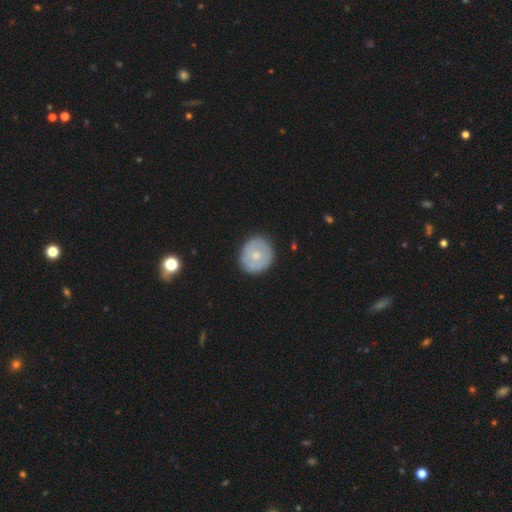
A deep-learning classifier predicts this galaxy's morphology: A smooth galaxy with no disk features (53%) that is round (86%).

Vote fractions:
- Smooth or featured? smooth: 53% / featured or disk: 41% / star or artifact: 6%
- How rounded? round: 86% / in between: 13% / cigar-shaped: 1%
- Merging? none: 85% / minor disturbance: 11% / major disturbance: 2% / merger: 1%